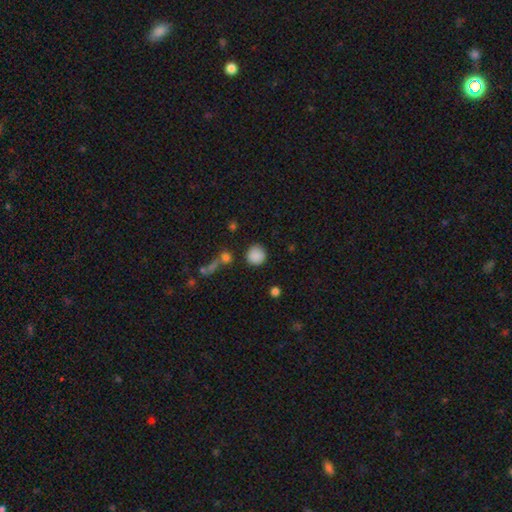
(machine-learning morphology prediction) Smooth or featured: smooth — 86% (star or artifact — 9%)
How rounded: round — 93% (in between — 5%)
Merging: none — 83% (minor disturbance — 8%)